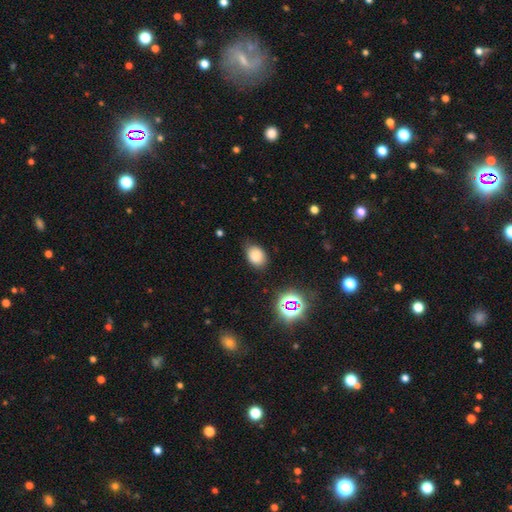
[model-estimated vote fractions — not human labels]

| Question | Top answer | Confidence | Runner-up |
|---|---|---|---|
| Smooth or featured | smooth | 80% | star or artifact (14%) |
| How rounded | in between | 72% | round (27%) |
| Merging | none | 75% | minor disturbance (19%) |